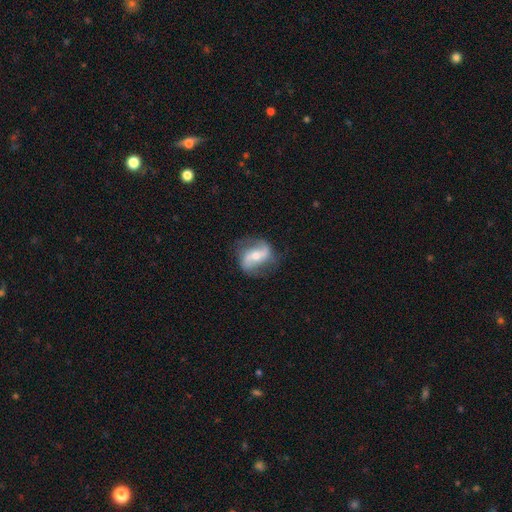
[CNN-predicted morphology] Smooth or featured: featured or disk — 77% (smooth — 17%)
Edge-on disk: no — 95% (yes — 5%)
Bar: strong — 38% (weak — 33%)
Spiral arms: yes — 90% (no — 10%)
Spiral winding: loose — 66% (medium — 26%)
Spiral arm count: 2 — 90% (can't tell — 4%)
Bulge size: moderate — 56% (small — 38%)
Merging: none — 73% (minor disturbance — 18%)